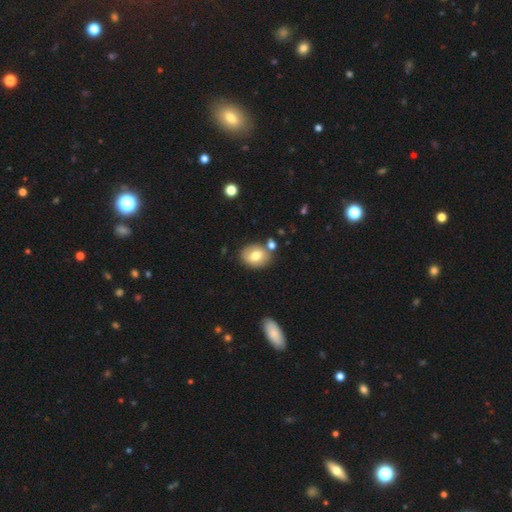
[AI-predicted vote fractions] Smooth or featured? Predicted: smooth (p=0.74). How rounded? Predicted: in between (p=0.57). Merging? Predicted: none (p=0.75).